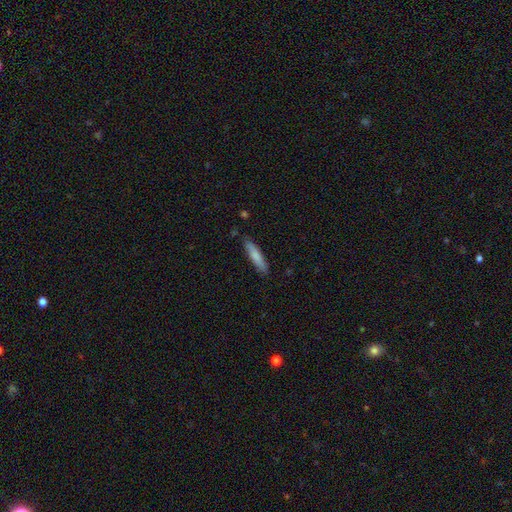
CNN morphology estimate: Smooth or featured? Predicted: smooth (p=0.79). How rounded? Predicted: cigar-shaped (p=0.84). Merging? Predicted: none (p=0.85).